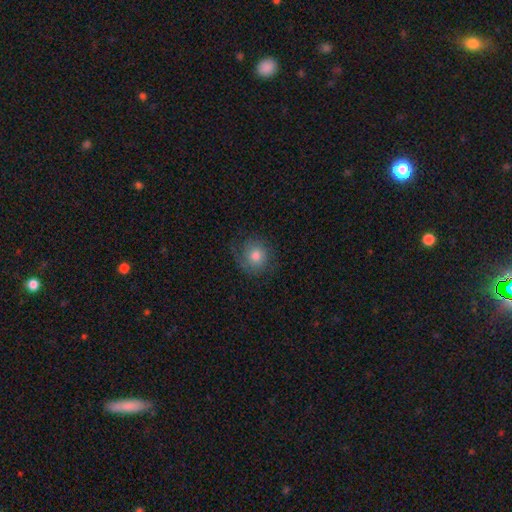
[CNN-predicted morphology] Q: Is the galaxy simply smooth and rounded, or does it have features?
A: smooth — 62%.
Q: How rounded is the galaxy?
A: round — 86%.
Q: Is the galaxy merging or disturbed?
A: none — 73%.